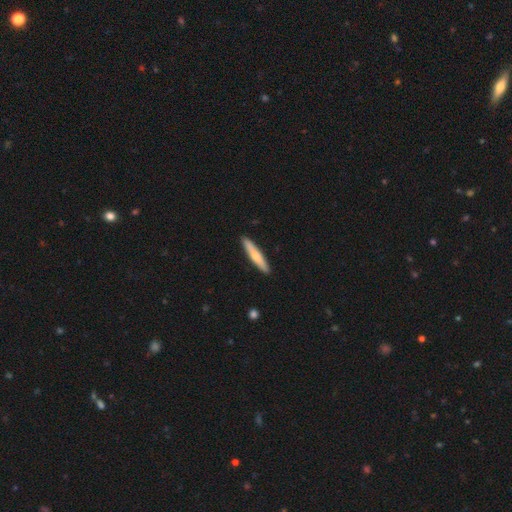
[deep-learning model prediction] A smooth galaxy with no disk features (64%) that is cigar-shaped (91%).

Vote fractions:
- Smooth or featured? smooth: 64% / featured or disk: 31% / star or artifact: 5%
- How rounded? cigar-shaped: 91% / in between: 7% / round: 1%
- Merging? none: 91% / minor disturbance: 7% / major disturbance: 1% / merger: 1%